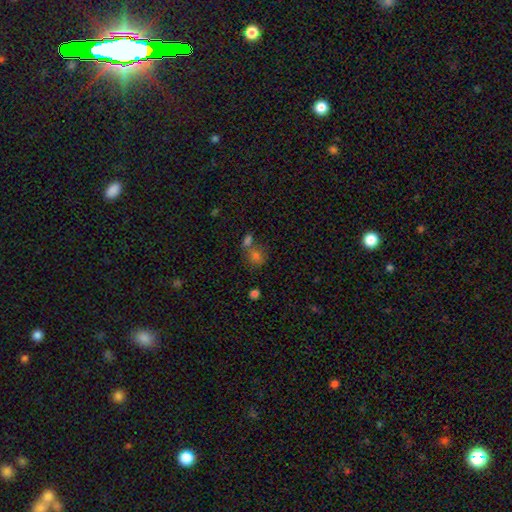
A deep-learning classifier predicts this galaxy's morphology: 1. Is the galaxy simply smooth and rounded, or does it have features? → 67% smooth, 21% star or artifact, 12% featured or disk.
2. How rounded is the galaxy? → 65% round, 34% in between, 2% cigar-shaped.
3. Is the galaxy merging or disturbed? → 49% none, 36% merger, 10% minor disturbance, 5% major disturbance.